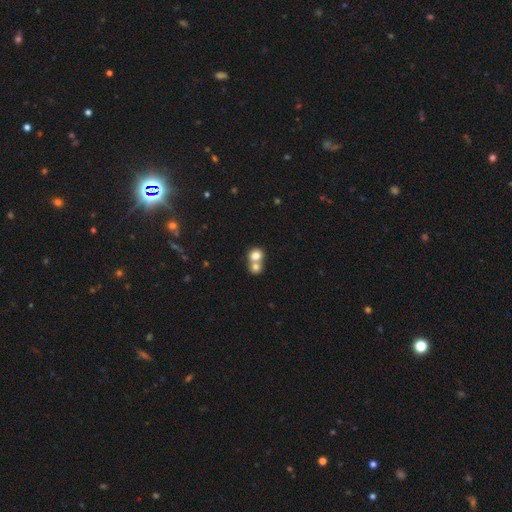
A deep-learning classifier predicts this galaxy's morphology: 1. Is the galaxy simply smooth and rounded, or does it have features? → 77% smooth, 13% featured or disk, 10% star or artifact.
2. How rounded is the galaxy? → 79% round, 20% in between, 1% cigar-shaped.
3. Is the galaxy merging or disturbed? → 63% merger, 31% none, 4% minor disturbance, 2% major disturbance.